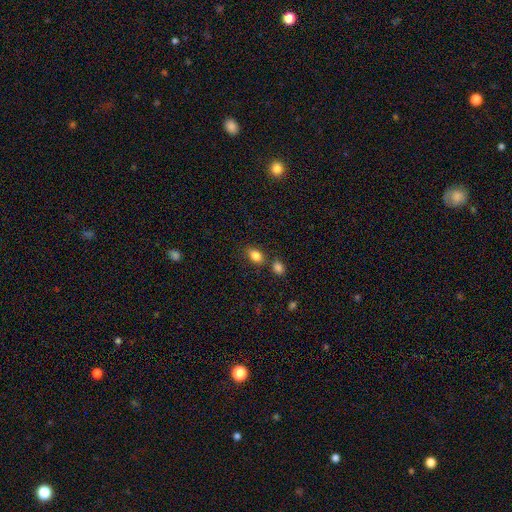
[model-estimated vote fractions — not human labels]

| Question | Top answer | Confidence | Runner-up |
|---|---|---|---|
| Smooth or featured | smooth | 85% | star or artifact (9%) |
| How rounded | in between | 83% | round (15%) |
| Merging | none | 68% | merger (17%) |